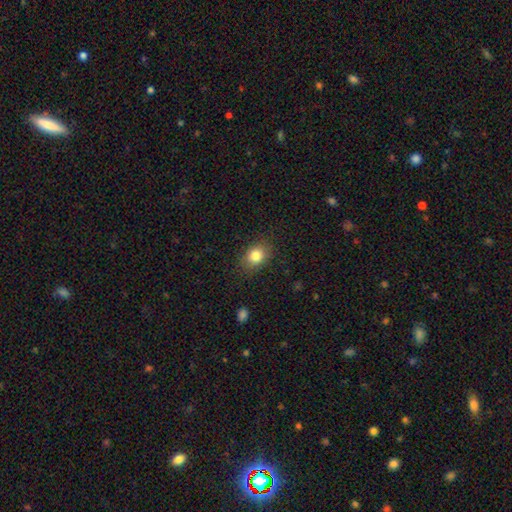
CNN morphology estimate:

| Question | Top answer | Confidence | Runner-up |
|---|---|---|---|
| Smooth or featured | smooth | 82% | star or artifact (10%) |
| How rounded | in between | 56% | round (43%) |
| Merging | none | 84% | minor disturbance (12%) |